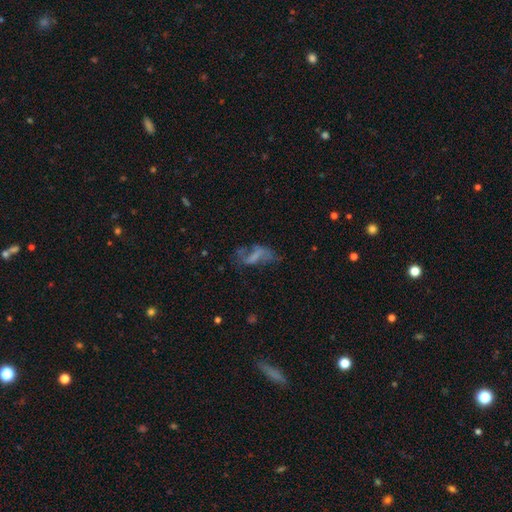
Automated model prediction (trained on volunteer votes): Morphology: type=featured or disk (50%); edge-on=no (93%); merging=none (36%).